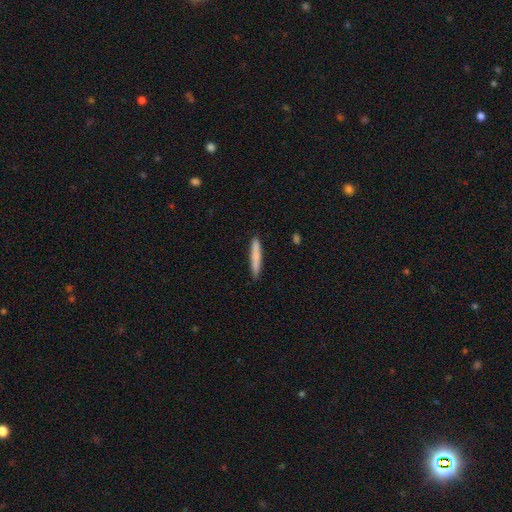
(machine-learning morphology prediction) Smooth or featured?
  - smooth: 79% *
  - featured or disk: 15%
  - star or artifact: 6%
How rounded?
  - cigar-shaped: 94% *
  - in between: 4%
  - round: 1%
Merging?
  - none: 90% *
  - minor disturbance: 7%
  - major disturbance: 1%
  - merger: 1%